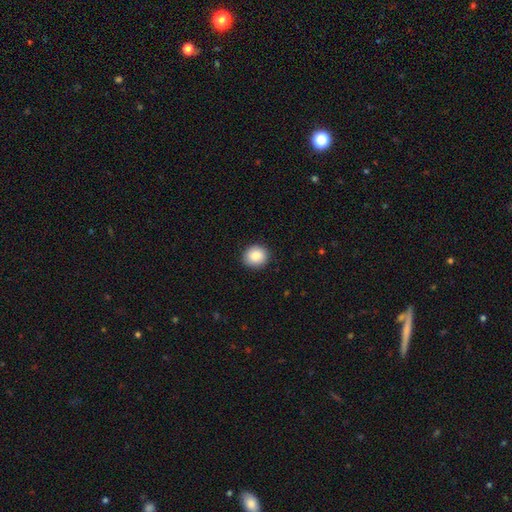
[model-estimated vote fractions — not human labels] Overall: smooth (88%). How rounded: round (86%). Merging: none (91%).